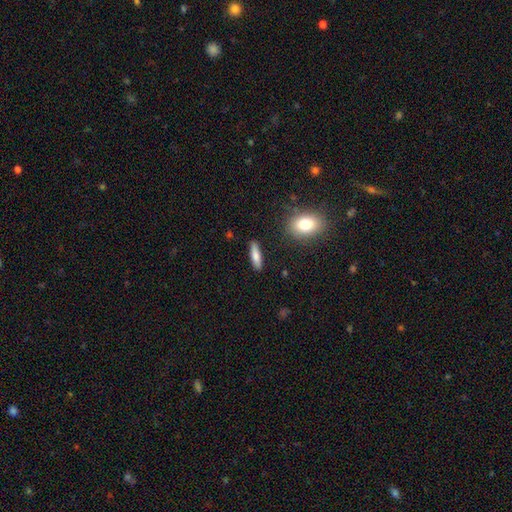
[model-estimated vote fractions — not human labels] Morphology: type=smooth (77%); roundness=cigar-shaped (66%); merging=none (87%).